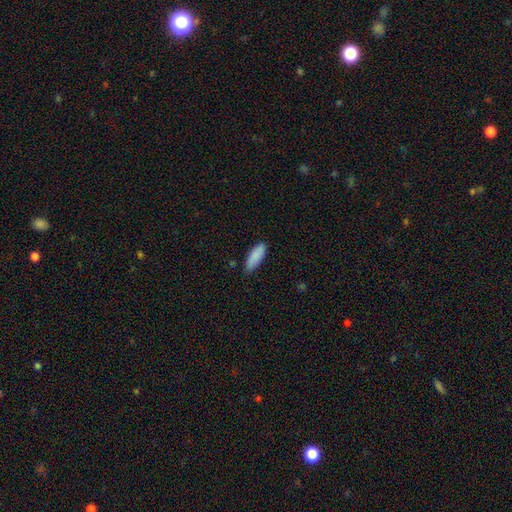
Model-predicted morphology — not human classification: Smooth or featured? Predicted: smooth (p=0.89). How rounded? Predicted: in between (p=0.63). Merging? Predicted: none (p=0.79).